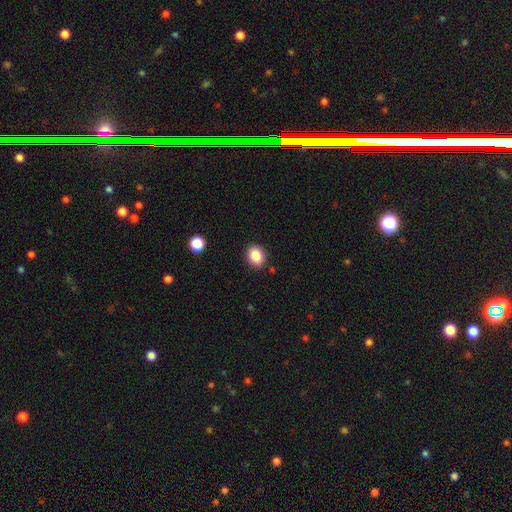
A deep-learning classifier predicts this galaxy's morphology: This is clearly a smooth galaxy (85%). How rounded: possibly round (58%). Merging: clearly none (88%).